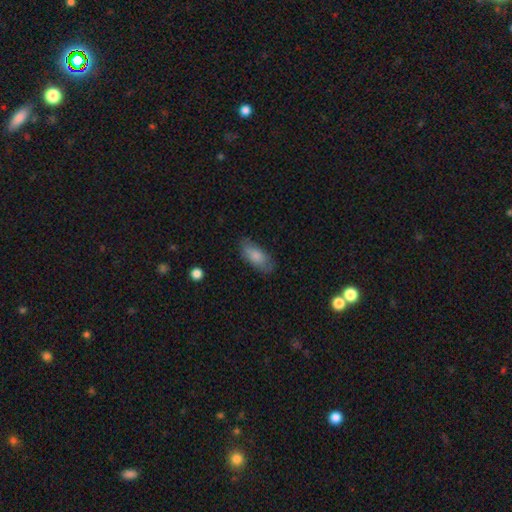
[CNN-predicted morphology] The model was most divided on "merging": none: 74%, minor disturbance: 20%, major disturbance: 5%, merger: 1%. More confident: how rounded — in between (87%); smooth or featured — smooth (81%).